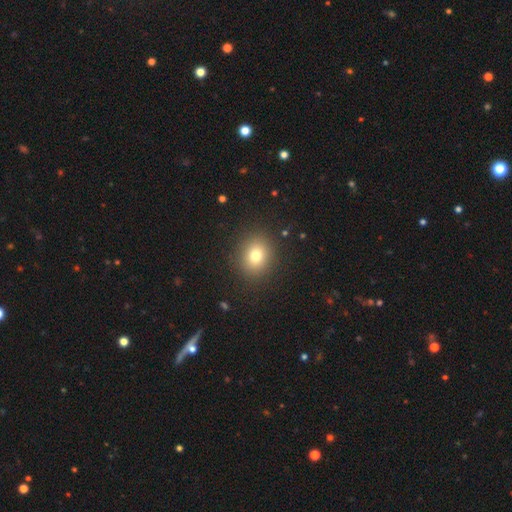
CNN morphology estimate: Q: Smooth or featured?
A: smooth (76%); runner-up: star or artifact (14%)
Q: How rounded?
A: round (71%); runner-up: in between (28%)
Q: Merging?
A: none (89%); runner-up: minor disturbance (7%)